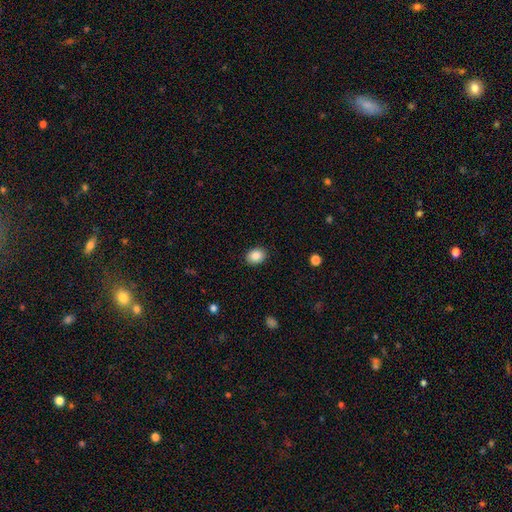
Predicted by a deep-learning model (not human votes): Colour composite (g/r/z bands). It shows a smooth galaxy with no disk features (88%) that is in between round and cigar-shaped (59%). Merging: none (89%).